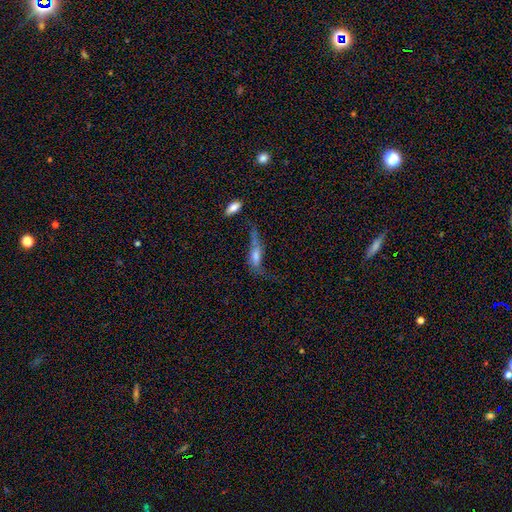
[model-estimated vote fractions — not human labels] Smooth or featured? Predicted: featured or disk (p=0.47). Merging? Predicted: major disturbance (p=0.35).